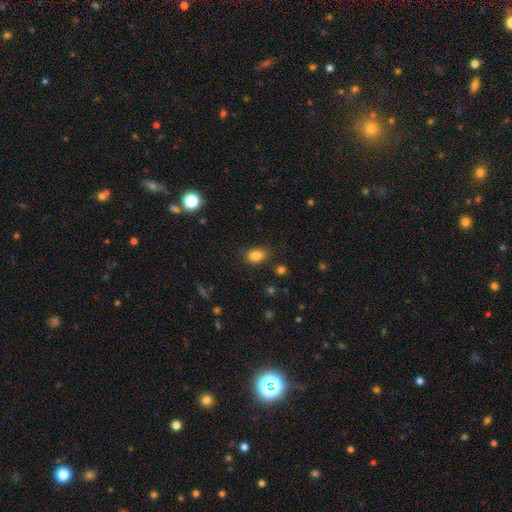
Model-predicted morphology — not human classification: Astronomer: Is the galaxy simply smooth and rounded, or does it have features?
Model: smooth — 84%.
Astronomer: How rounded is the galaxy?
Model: in between — 78%.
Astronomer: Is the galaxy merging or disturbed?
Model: none — 79%.